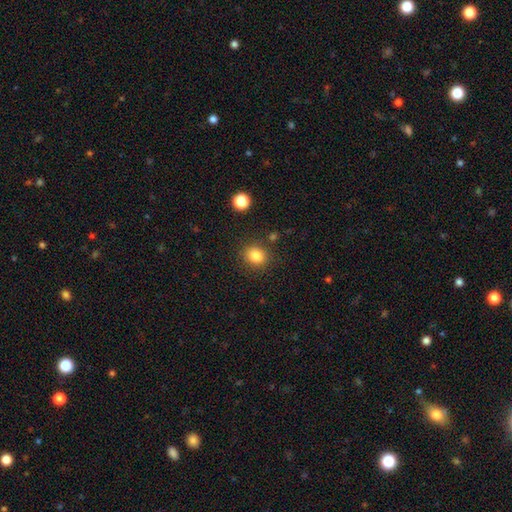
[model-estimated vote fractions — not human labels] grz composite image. It shows a smooth galaxy with no disk features (84%) that is round (77%). Merging: none (84%).